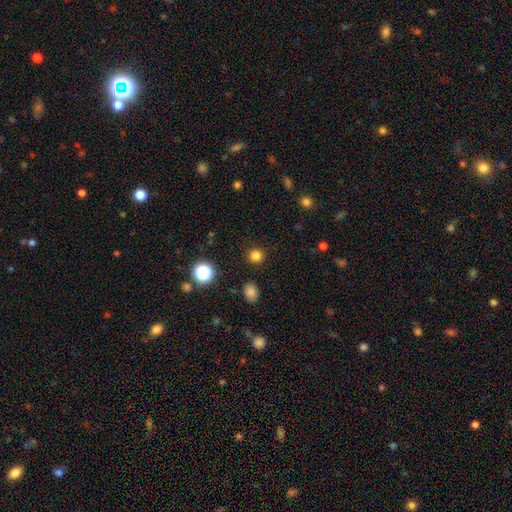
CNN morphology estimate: smooth 81%, star or artifact 15%, featured or disk 4%. Down the decision tree: how rounded — round (92%); merging — none (91%).